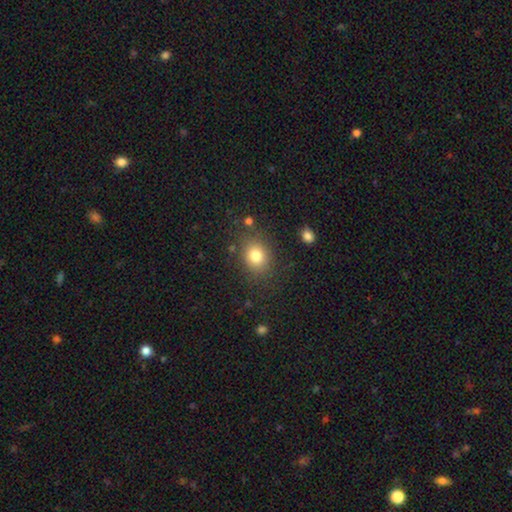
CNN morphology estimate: Overall: smooth (80%). How rounded: round (60%; in between 39%). Merging: none (81%).